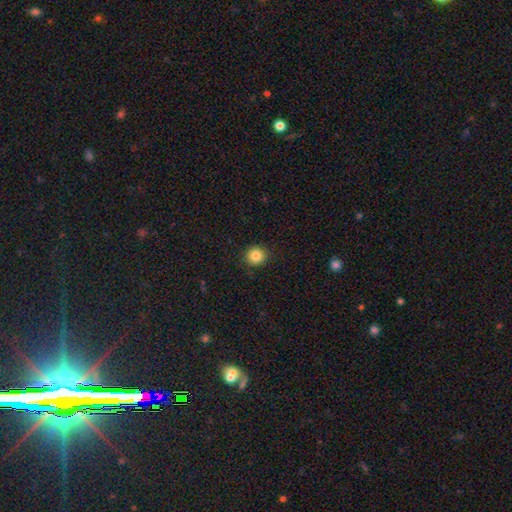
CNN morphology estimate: A smooth galaxy with no disk features (85%) that is round (93%).

Vote fractions:
- Smooth or featured? smooth: 85% / star or artifact: 10% / featured or disk: 4%
- How rounded? round: 93% / in between: 6% / cigar-shaped: 1%
- Merging? none: 91% / minor disturbance: 6% / major disturbance: 2% / merger: 1%